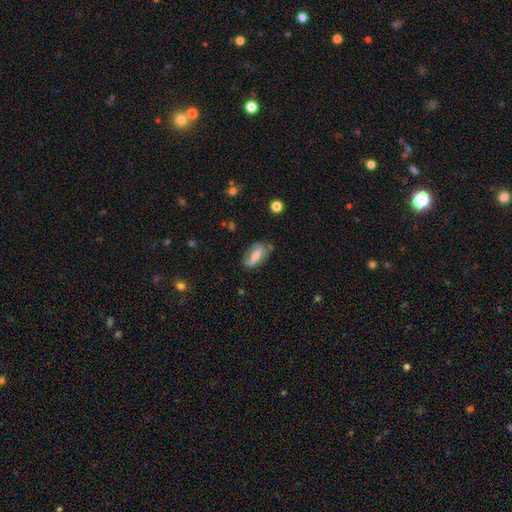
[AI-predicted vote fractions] This is possibly a featured or disk galaxy (54%). It is clearly not viewed edge-on (88%). Merging: likely none (62%).